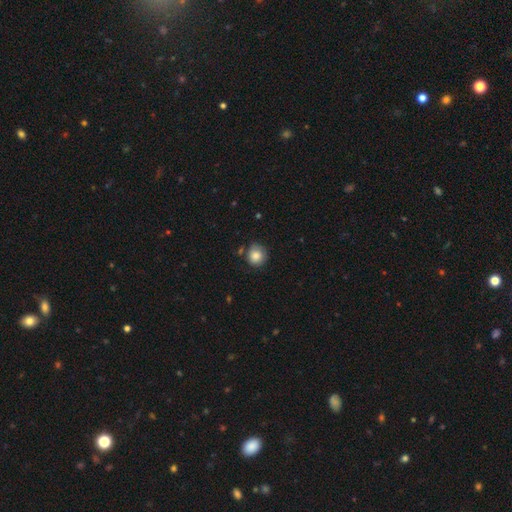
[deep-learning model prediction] This appears to be a smooth galaxy with no disk features (82%) that is round (85%). Merging: none (70%).